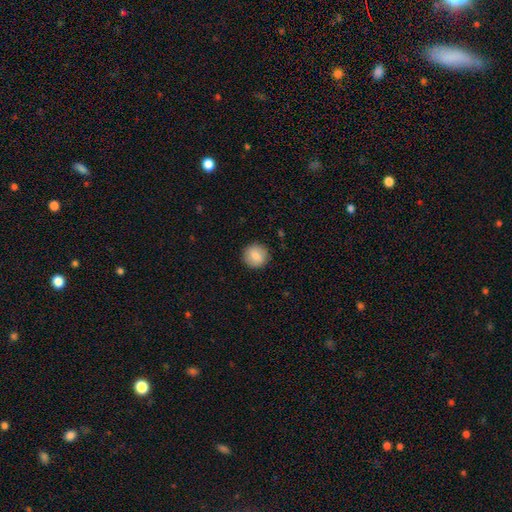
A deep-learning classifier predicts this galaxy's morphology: A smooth galaxy with no disk features (84%) that is round (92%). Merging: none (90%).